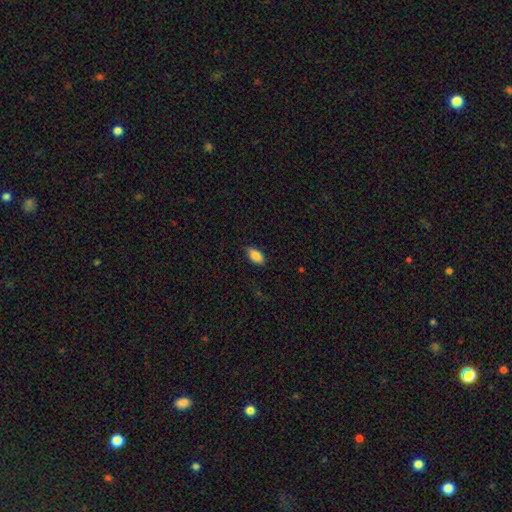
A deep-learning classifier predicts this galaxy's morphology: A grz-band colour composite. It shows a smooth galaxy with no disk features (86%) that is in between round and cigar-shaped (92%). Merging: none (85%).